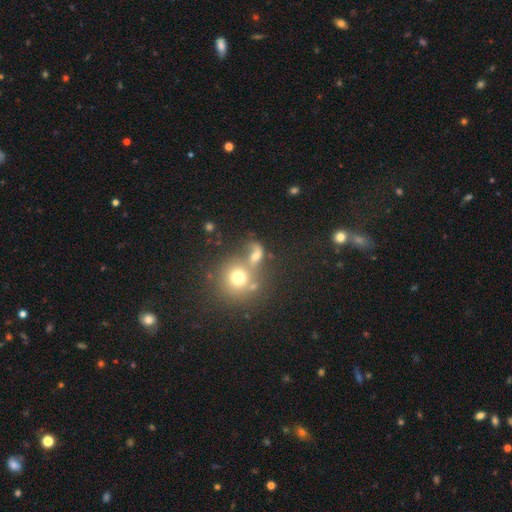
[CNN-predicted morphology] smooth-or-featured: smooth: 60% | featured or disk: 22% | star or artifact: 17%
  how-rounded: round: 60% | in between: 37% | cigar-shaped: 3%
  merging: merger: 43% | none: 33% | major disturbance: 13% | minor disturbance: 11%